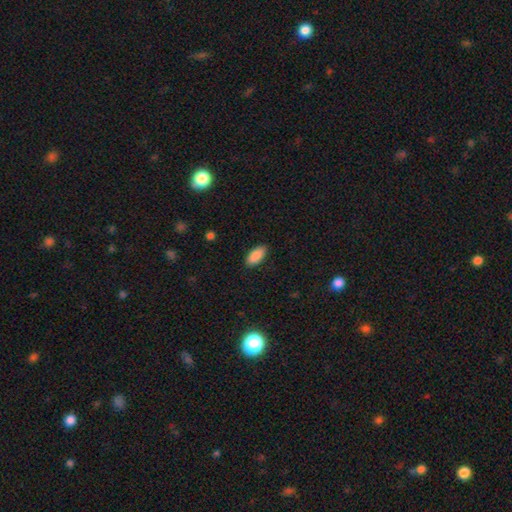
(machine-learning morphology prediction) This appears to be a smooth galaxy with no disk features (89%) that is in between round and cigar-shaped (89%). Merging: none (88%).